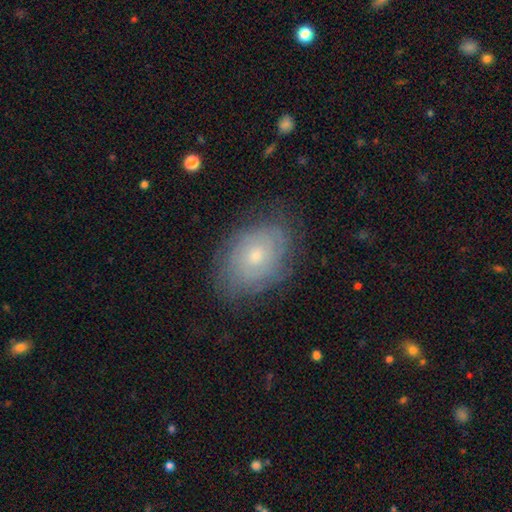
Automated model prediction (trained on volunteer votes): Q: Smooth or featured?
A: featured or disk (62%); runner-up: smooth (29%)
Q: Edge-on disk?
A: no (96%); runner-up: yes (4%)
Q: Bar?
A: no (82%); runner-up: weak (16%)
Q: Spiral arms?
A: yes (82%); runner-up: no (18%)
Q: Bulge size?
A: small (64%); runner-up: moderate (33%)
Q: Merging?
A: none (75%); runner-up: minor disturbance (18%)